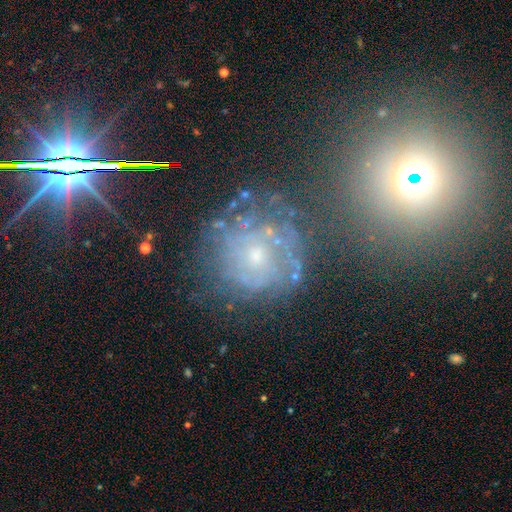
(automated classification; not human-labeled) A featured or disk galaxy (54%) with no bar (83%), spiral arms (53%) and a small central bulge (52%).

Vote fractions:
- Smooth or featured? featured or disk: 54% / smooth: 25% / star or artifact: 21%
- Edge-on disk? no: 96% / yes: 4%
- Bar? no: 83% / weak: 13% / strong: 4%
- Spiral arms? yes: 53% / no: 47%
- Bulge size? small: 52% / moderate: 37% / none: 6% / large: 4% / dominant: 2%
- Merging? none: 60% / minor disturbance: 17% / major disturbance: 14% / merger: 9%